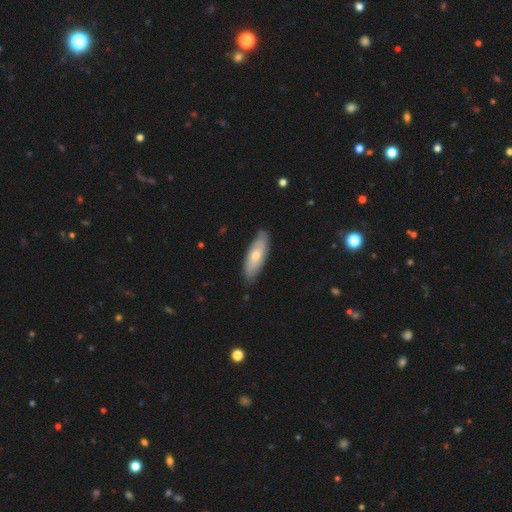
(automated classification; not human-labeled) The model was most divided on "smooth or featured": smooth: 57%, featured or disk: 38%, star or artifact: 5%. More confident: merging — none (79%); how rounded — in between (69%).